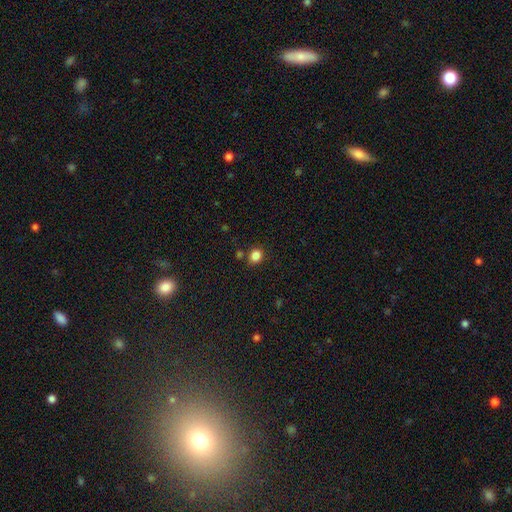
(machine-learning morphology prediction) smooth-or-featured: smooth: 84% | star or artifact: 12% | featured or disk: 4%
  how-rounded: round: 65% | in between: 34% | cigar-shaped: 1%
  merging: none: 80% | minor disturbance: 10% | merger: 7% | major disturbance: 3%